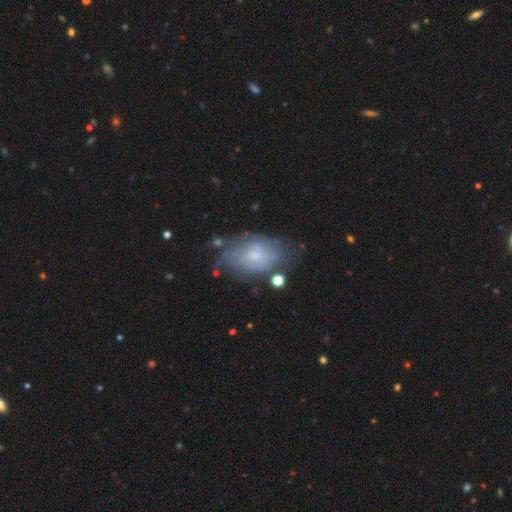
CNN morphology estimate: The model was most divided on "smooth or featured": featured or disk: 59%, smooth: 31%, star or artifact: 10%. More confident: edge-on disk — no (94%); bar — no (70%); bulge size — small (68%); spiral arms — yes (67%); merging — none (55%).